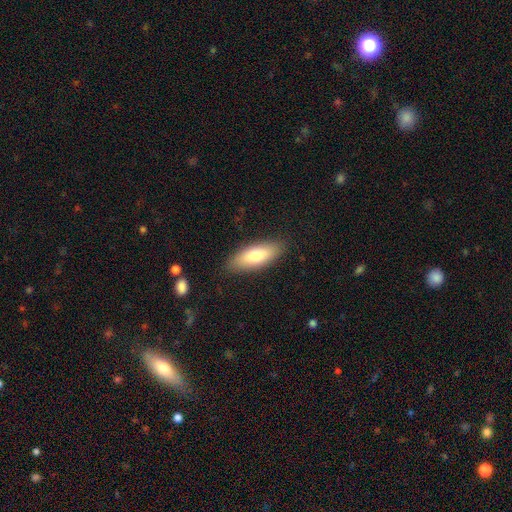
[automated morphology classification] type=smooth (73%); roundness=in between (69%); merging=none (86%).